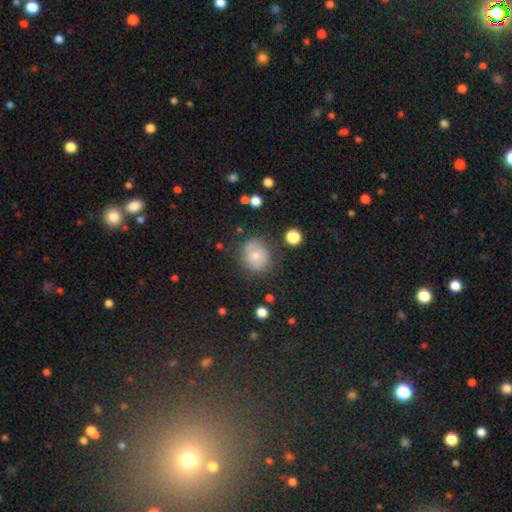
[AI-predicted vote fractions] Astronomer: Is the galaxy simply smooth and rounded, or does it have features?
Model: smooth — 65%.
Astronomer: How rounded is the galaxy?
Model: round — 80%.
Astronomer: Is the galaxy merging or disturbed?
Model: none — 75%.